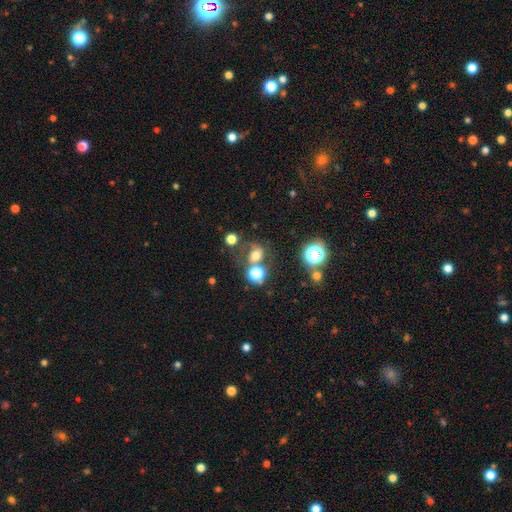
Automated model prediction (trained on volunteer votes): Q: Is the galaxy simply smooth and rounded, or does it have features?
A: smooth — 55%.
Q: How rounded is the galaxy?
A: round — 64%.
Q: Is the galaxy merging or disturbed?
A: none — 48%.